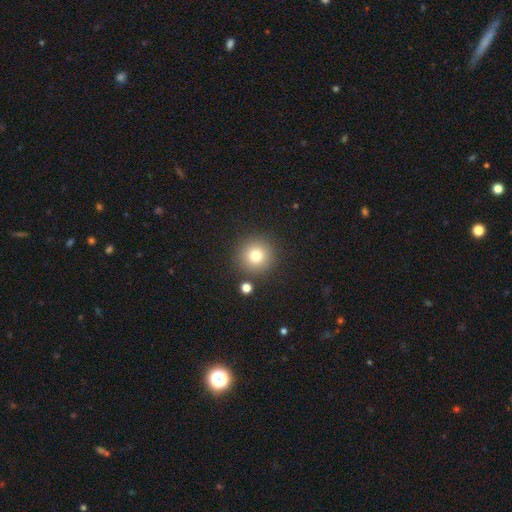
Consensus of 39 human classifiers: smooth-or-featured: smooth: 85% | featured or disk: 15% | star or artifact: 0%
  how-rounded: round: 97% | in between: 3% | cigar-shaped: 0%
  merging: none: 92% | merger: 5% | major disturbance: 3% | minor disturbance: 0%